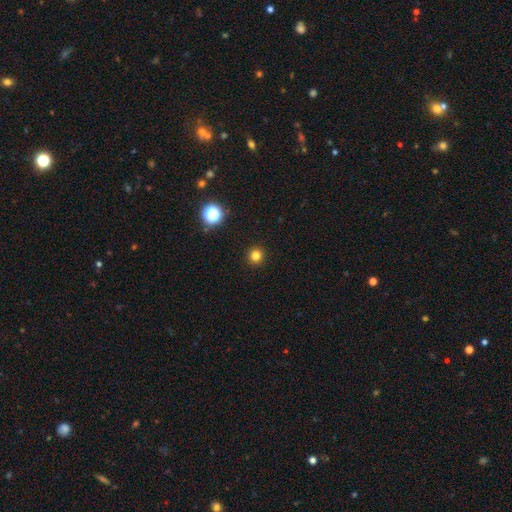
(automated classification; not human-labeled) This appears to be a smooth galaxy with no disk features (80%) that is round (95%). Merging: none (93%).